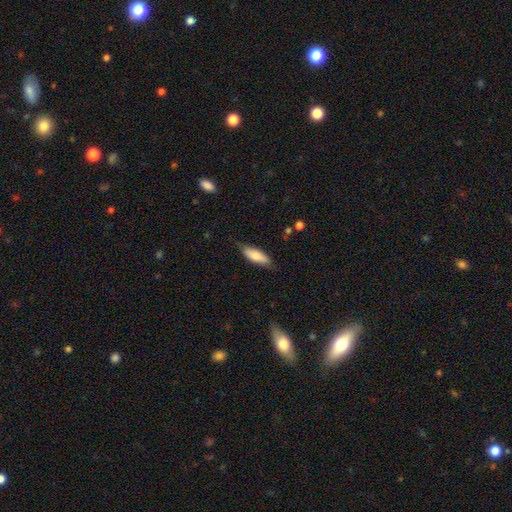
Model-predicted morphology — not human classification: Smooth or featured? Predicted: smooth (p=0.81). How rounded? Predicted: in between (p=0.59). Merging? Predicted: none (p=0.76).